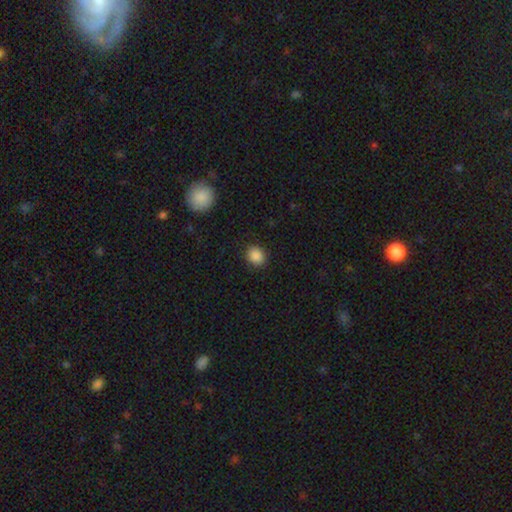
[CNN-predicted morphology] Q: Smooth or featured?
A: smooth (88%); runner-up: star or artifact (9%)
Q: How rounded?
A: round (66%); runner-up: in between (33%)
Q: Merging?
A: none (89%); runner-up: minor disturbance (8%)